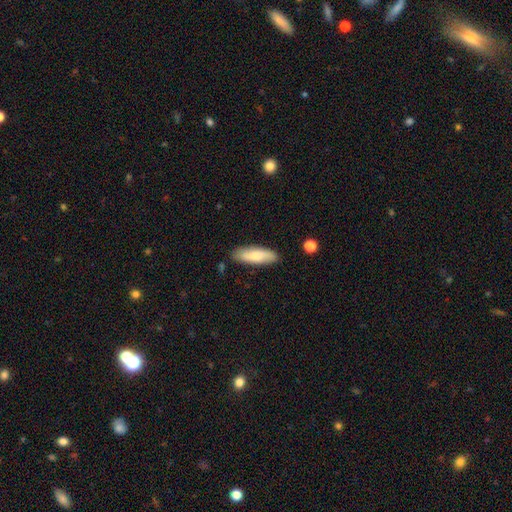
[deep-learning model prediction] Smooth or featured?
  - smooth: 77% *
  - featured or disk: 17%
  - star or artifact: 6%
How rounded?
  - in between: 51% *
  - cigar-shaped: 48%
  - round: 2%
Merging?
  - none: 84% *
  - minor disturbance: 12%
  - major disturbance: 2%
  - merger: 2%